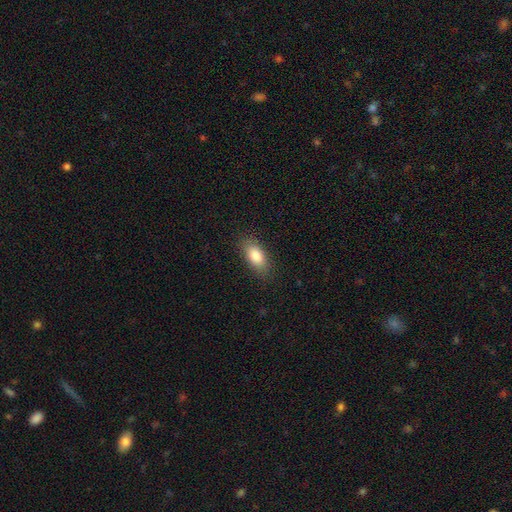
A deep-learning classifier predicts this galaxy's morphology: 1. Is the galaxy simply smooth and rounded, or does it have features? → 84% smooth, 9% featured or disk, 7% star or artifact.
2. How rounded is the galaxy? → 87% in between, 9% cigar-shaped, 4% round.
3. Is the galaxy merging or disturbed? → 84% none, 12% minor disturbance, 3% major disturbance, 1% merger.